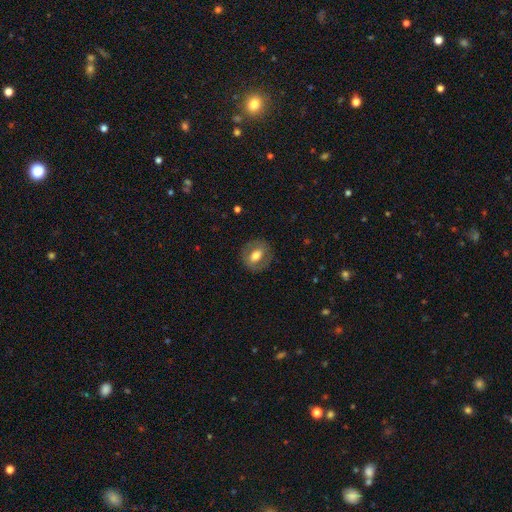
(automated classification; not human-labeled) Morphology: type=smooth (56%); roundness=round (52%); merging=none (82%).